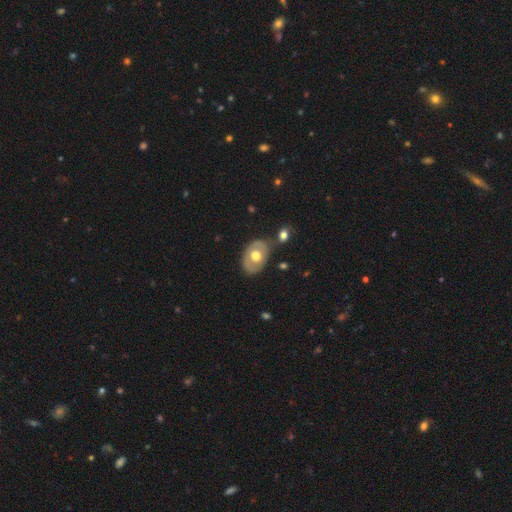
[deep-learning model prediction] A featured or disk galaxy (48%). Merging: none (68%).